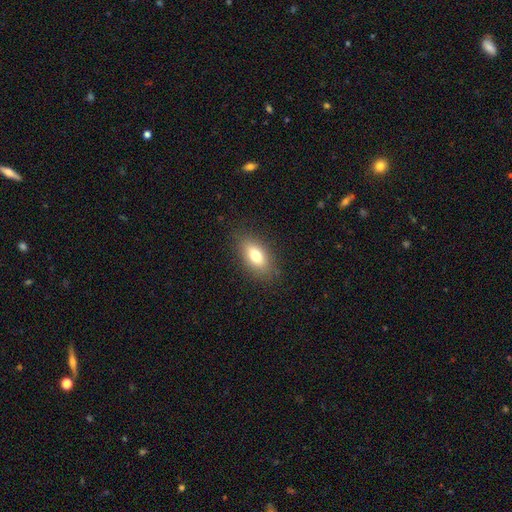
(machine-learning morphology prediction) A smooth galaxy with no disk features (77%) that is in between round and cigar-shaped (86%). Merging: none (85%).